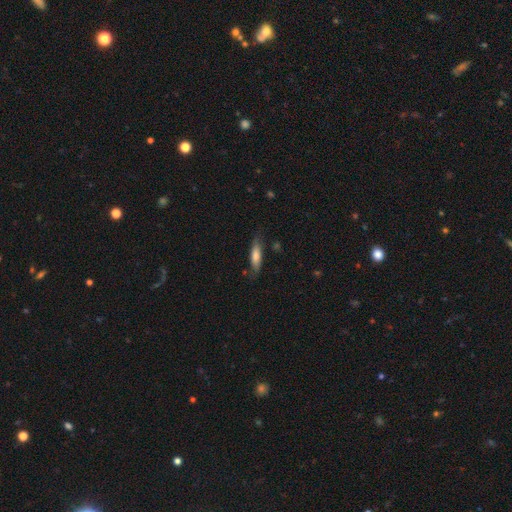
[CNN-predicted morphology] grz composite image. It shows a smooth galaxy with no disk features (67%) that is cigar-shaped (67%). Merging: none (76%).